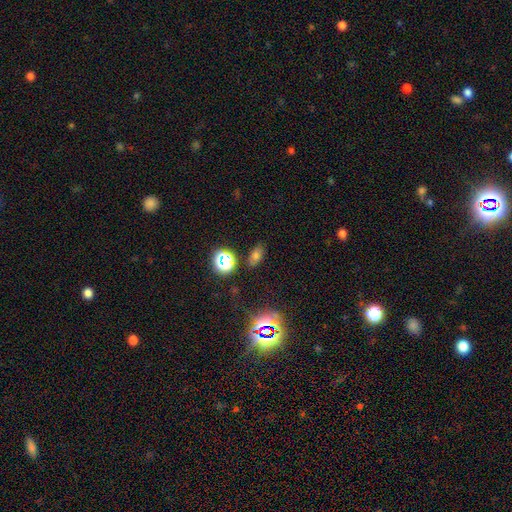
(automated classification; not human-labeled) Overall: smooth (59%; star or artifact 31%). How rounded: in between (82%). Merging: none (83%).